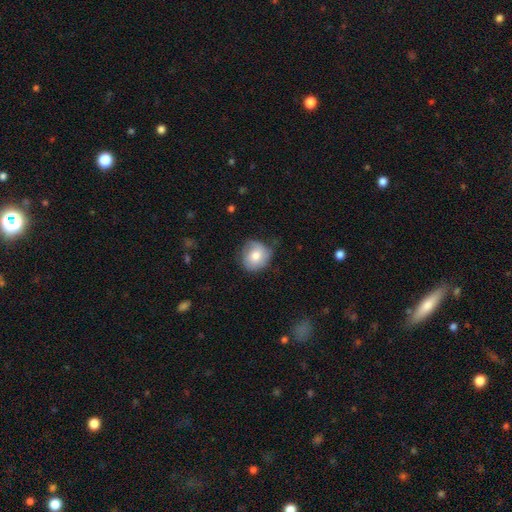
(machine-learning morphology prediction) smooth_or_featured: smooth (p=0.72) [alt: featured or disk p=0.20]
how_rounded: round (p=0.81) [alt: in between p=0.18]
merging: none (p=0.62) [alt: minor disturbance p=0.30]